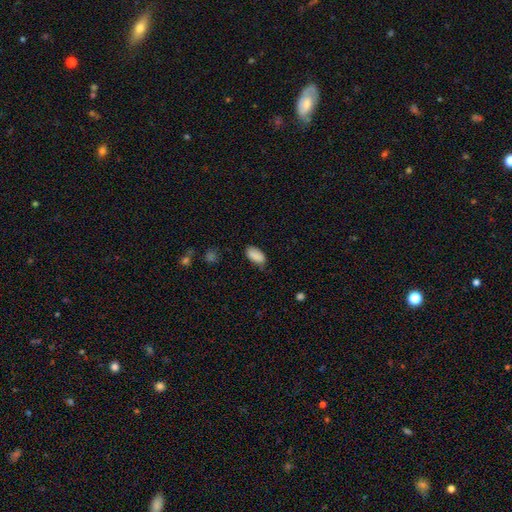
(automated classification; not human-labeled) A smooth galaxy with no disk features (88%) that is in between round and cigar-shaped (93%).

Vote fractions:
- Smooth or featured? smooth: 88% / star or artifact: 8% / featured or disk: 4%
- How rounded? in between: 93% / cigar-shaped: 4% / round: 3%
- Merging? none: 72% / minor disturbance: 22% / major disturbance: 4% / merger: 2%